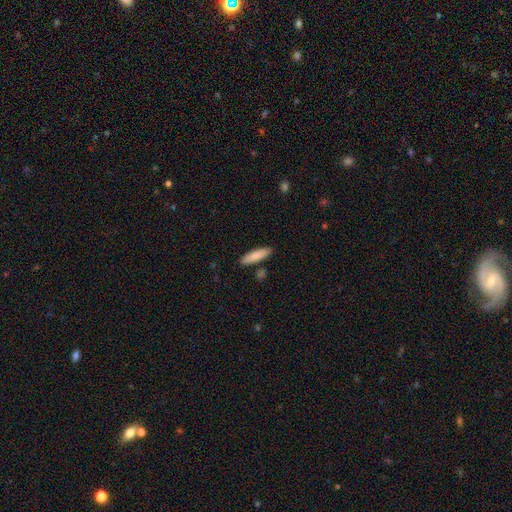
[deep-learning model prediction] The model was most divided on "how rounded": cigar-shaped: 72%, in between: 26%, round: 2%. More confident: merging — none (87%); smooth or featured — smooth (84%).